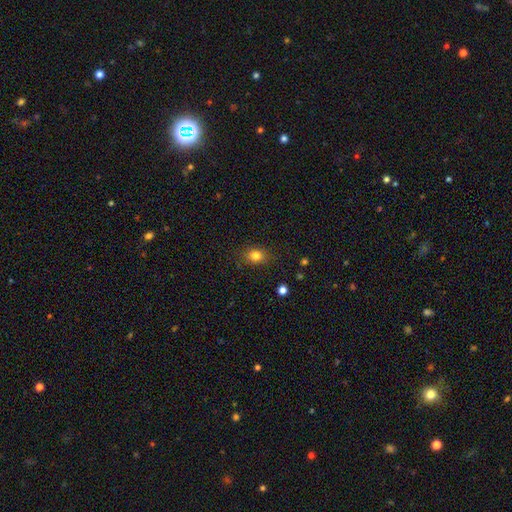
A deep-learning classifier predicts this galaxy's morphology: type=smooth (81%); roundness=in between (50%); merging=none (85%).